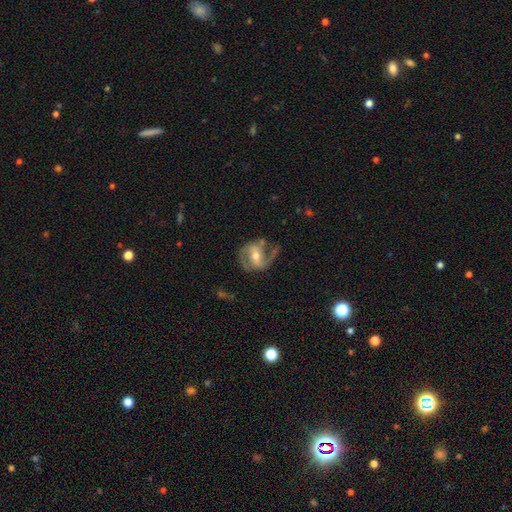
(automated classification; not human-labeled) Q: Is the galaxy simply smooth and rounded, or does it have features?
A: featured or disk — 80%.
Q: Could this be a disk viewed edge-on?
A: no — 97%.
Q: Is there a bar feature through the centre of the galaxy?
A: weak — 44%.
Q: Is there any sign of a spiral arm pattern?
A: yes — 91%.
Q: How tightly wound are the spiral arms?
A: medium — 49%.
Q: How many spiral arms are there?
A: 2 — 78%.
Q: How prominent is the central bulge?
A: moderate — 64%.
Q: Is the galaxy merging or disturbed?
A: none — 58%.